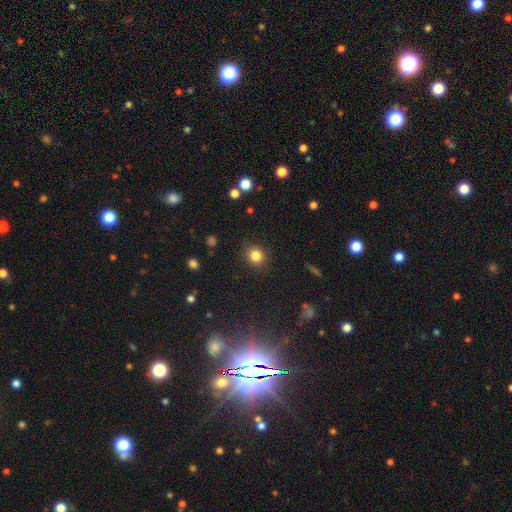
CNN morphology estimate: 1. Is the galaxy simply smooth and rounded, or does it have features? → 83% smooth, 12% star or artifact, 5% featured or disk.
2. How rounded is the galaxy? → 82% round, 17% in between, 1% cigar-shaped.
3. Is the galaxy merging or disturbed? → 87% none, 9% minor disturbance, 3% major disturbance, 1% merger.